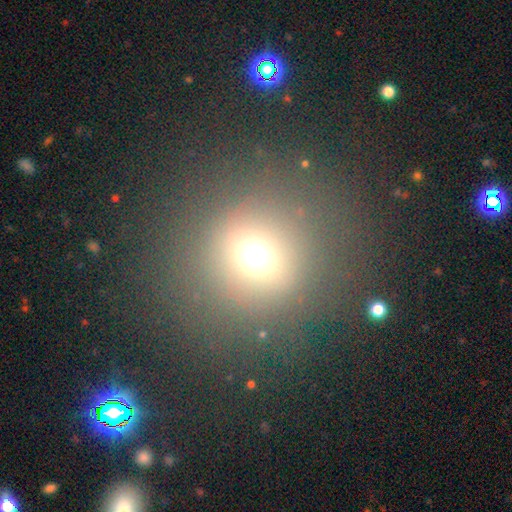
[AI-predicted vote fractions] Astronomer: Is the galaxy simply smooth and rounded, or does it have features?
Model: smooth — 62%.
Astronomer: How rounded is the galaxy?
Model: round — 80%.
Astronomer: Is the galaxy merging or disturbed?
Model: none — 79%.